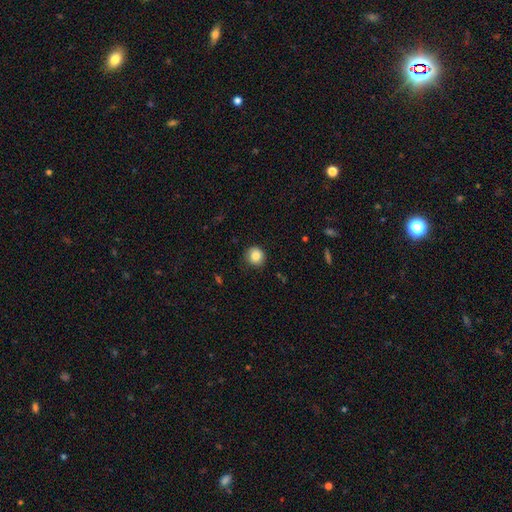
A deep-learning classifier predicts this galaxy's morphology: type=smooth (85%); roundness=round (90%); merging=none (83%).